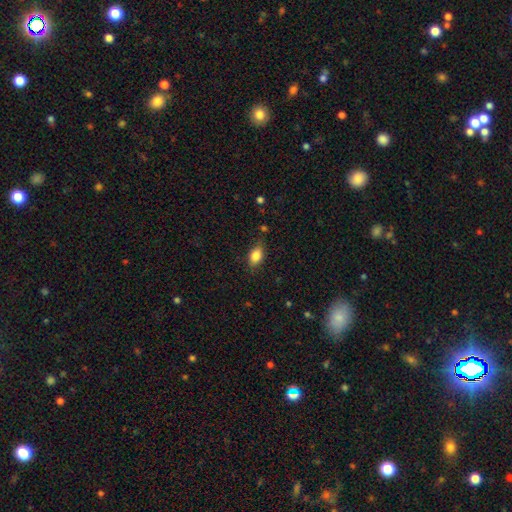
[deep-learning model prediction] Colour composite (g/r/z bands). It shows a smooth galaxy with no disk features (82%) that is in between round and cigar-shaped (83%). Merging: none (76%).